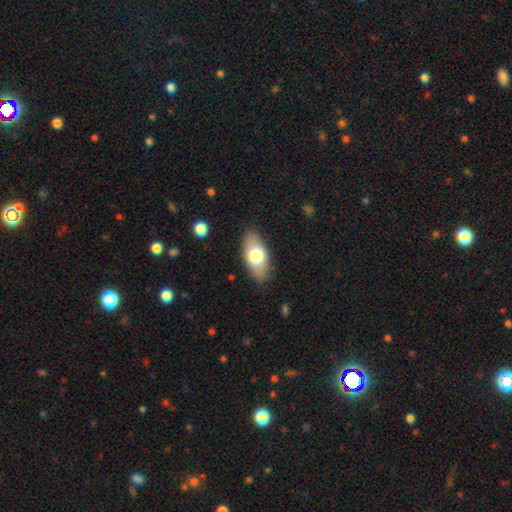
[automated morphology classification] type=smooth (70%); roundness=in between (90%); merging=none (85%).